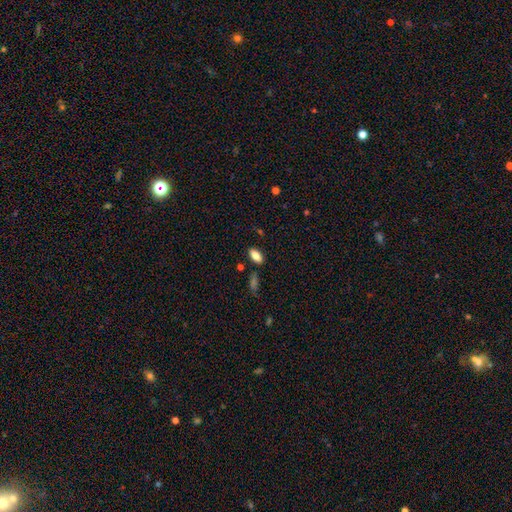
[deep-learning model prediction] This appears to be a smooth galaxy with no disk features (80%) that is in between round and cigar-shaped (88%). Merging: none (83%).